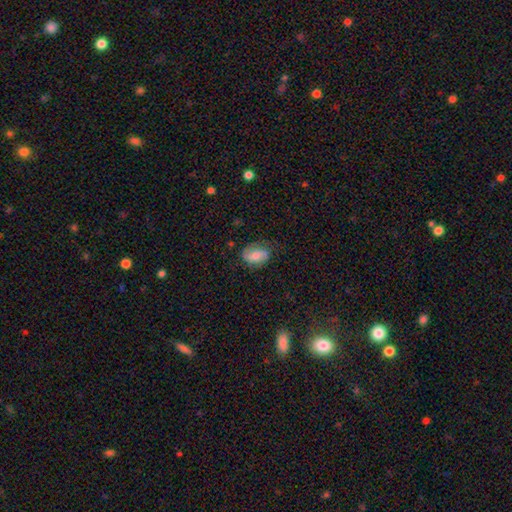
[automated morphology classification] Smooth or featured: smooth — 59% (featured or disk — 33%)
How rounded: in between — 81% (round — 18%)
Merging: none — 61% (minor disturbance — 26%)